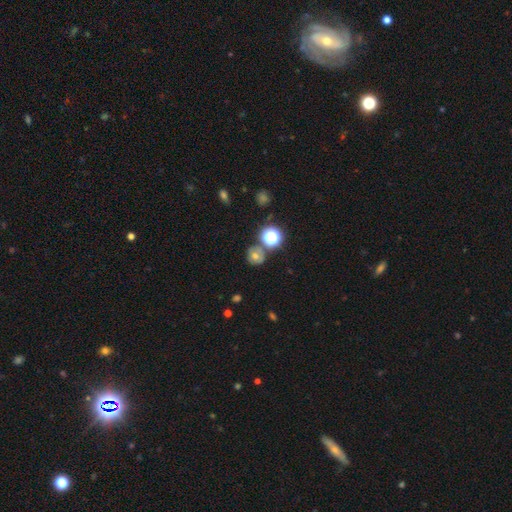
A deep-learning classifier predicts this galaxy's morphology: smooth 47%, star or artifact 34%, featured or disk 19%. Down the decision tree: merging — none (74%).